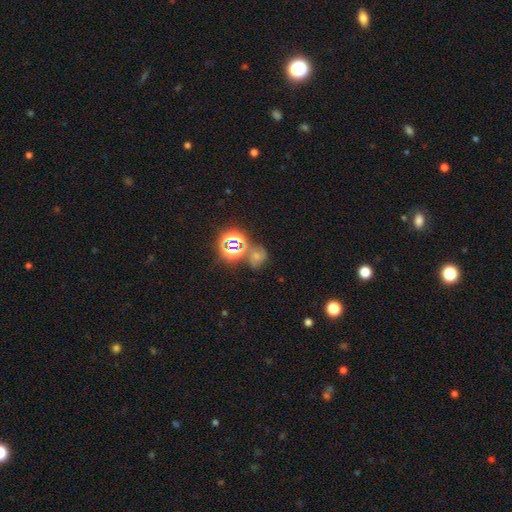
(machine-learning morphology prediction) Smooth or featured: star or artifact — 41% (smooth — 36%)